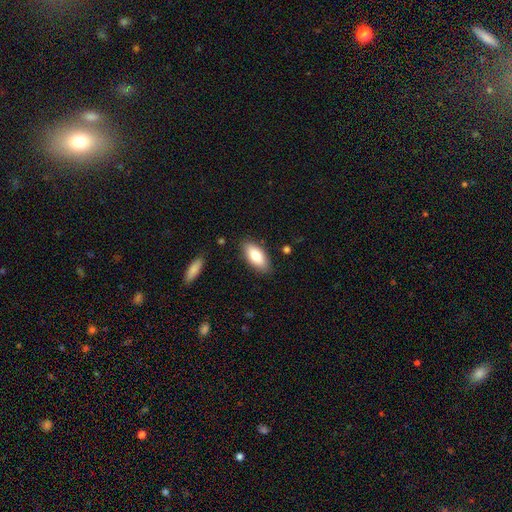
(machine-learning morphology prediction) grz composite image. It shows a smooth galaxy with no disk features (83%) that is in between round and cigar-shaped (87%). Merging: none (85%).